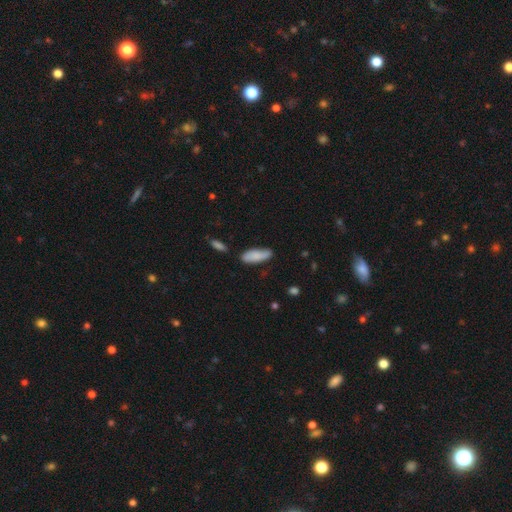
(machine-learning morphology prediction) smooth_or_featured: smooth (p=0.82) [alt: featured or disk p=0.12]
how_rounded: in between (p=0.66) [alt: cigar-shaped p=0.32]
merging: none (p=0.74) [alt: minor disturbance p=0.18]